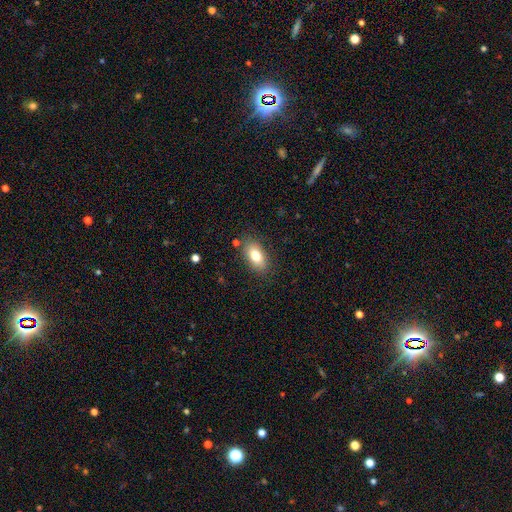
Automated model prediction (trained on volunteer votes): smooth-or-featured: smooth: 76% | featured or disk: 15% | star or artifact: 9%
  how-rounded: in between: 89% | round: 8% | cigar-shaped: 3%
  merging: none: 83% | minor disturbance: 12% | major disturbance: 3% | merger: 2%